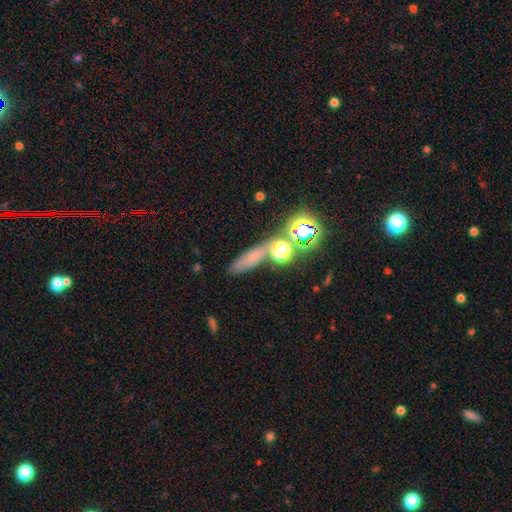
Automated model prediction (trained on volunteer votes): A star or artifact, not a galaxy (43%).

Vote fractions:
- Smooth or featured? star or artifact: 43% / smooth: 37% / featured or disk: 20%